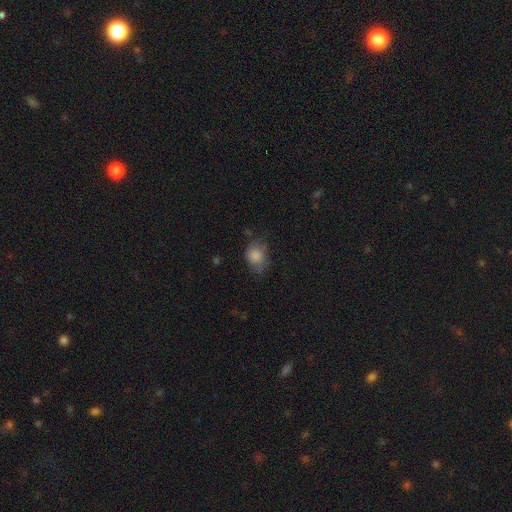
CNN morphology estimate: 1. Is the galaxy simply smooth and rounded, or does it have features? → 77% smooth, 14% featured or disk, 9% star or artifact.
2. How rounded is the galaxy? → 50% in between, 49% round, 1% cigar-shaped.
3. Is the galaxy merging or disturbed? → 48% none, 33% minor disturbance, 17% major disturbance, 2% merger.